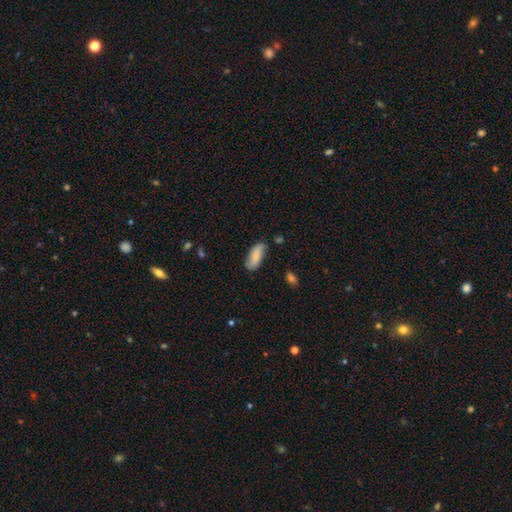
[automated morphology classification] Smooth or featured: smooth — 71% (featured or disk — 22%)
How rounded: in between — 80% (cigar-shaped — 18%)
Merging: none — 70% (minor disturbance — 22%)